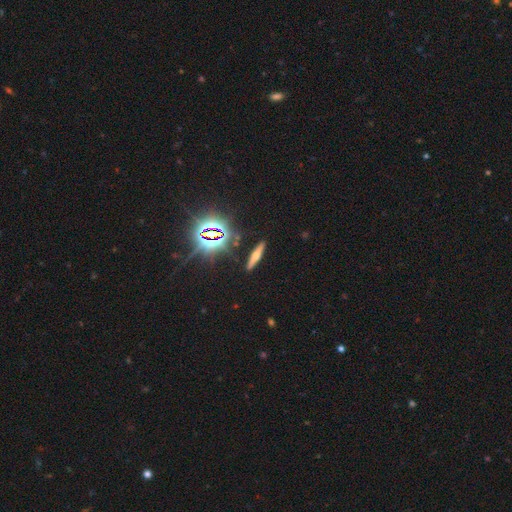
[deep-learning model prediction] The model was most divided on "smooth or featured": featured or disk: 39%, smooth: 36%, star or artifact: 25%. More confident: merging — none (89%).